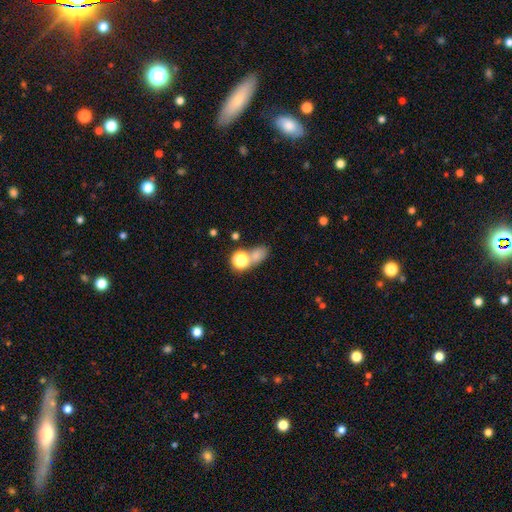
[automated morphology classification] smooth_or_featured: smooth (p=0.68) [alt: star or artifact p=0.22]
how_rounded: in between (p=0.58) [alt: round p=0.39]
merging: none (p=0.47) [alt: merger p=0.34]